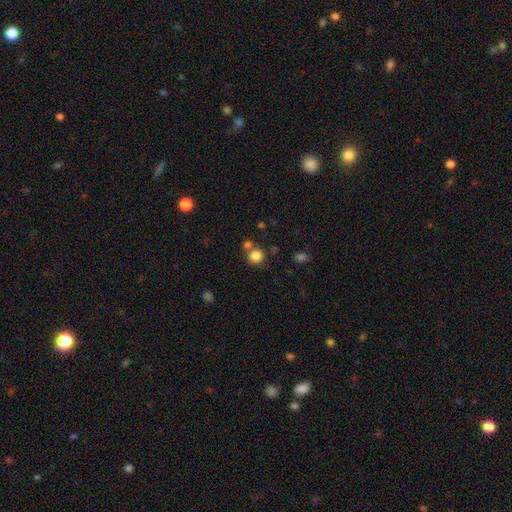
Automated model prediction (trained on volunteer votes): smooth_or_featured: smooth (p=0.82) [alt: star or artifact p=0.12]
how_rounded: round (p=0.92) [alt: in between p=0.07]
merging: none (p=0.67) [alt: merger p=0.21]